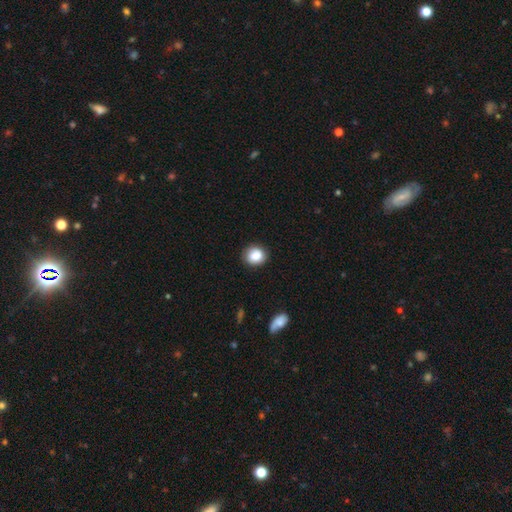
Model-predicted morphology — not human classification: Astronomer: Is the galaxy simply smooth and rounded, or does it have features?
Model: smooth — 86%.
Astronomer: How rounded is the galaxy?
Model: round — 80%.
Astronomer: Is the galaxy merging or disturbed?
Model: none — 87%.